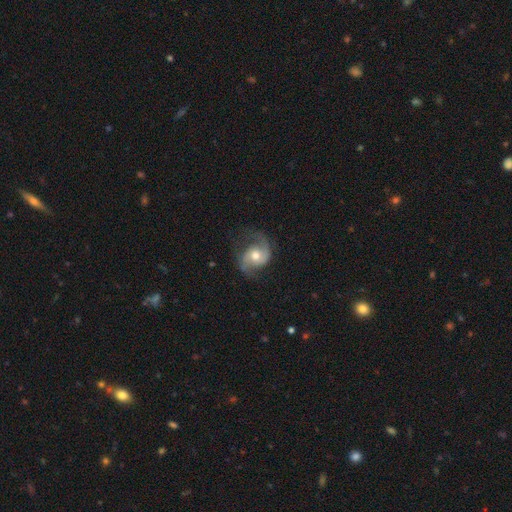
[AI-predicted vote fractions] smooth-or-featured: featured or disk: 78% | smooth: 16% | star or artifact: 6%
  disk-edge-on: no: 97% | yes: 3%
    bar: no: 65% | weak: 29% | strong: 7%
    has-spiral-arms: yes: 94% | no: 6%
      spiral-winding: medium: 46% | loose: 41% | tight: 13%
      spiral-arm-count: 2: 89% | 1: 4% | can't tell: 4% | 3: 1% | 4: 1% | more than 4: 1%
    bulge-size: moderate: 72% | small: 15% | large: 11% | none: 1% | dominant: 1%
  merging: none: 65% | minor disturbance: 21% | major disturbance: 13% | merger: 1%